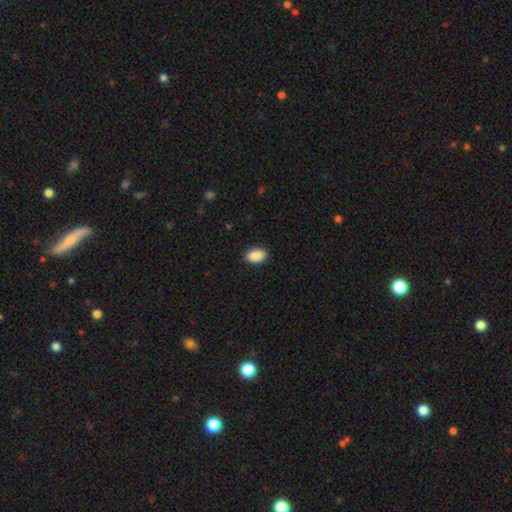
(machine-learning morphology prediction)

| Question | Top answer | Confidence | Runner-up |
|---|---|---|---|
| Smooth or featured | smooth | 90% | star or artifact (7%) |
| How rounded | in between | 92% | round (6%) |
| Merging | none | 90% | minor disturbance (7%) |